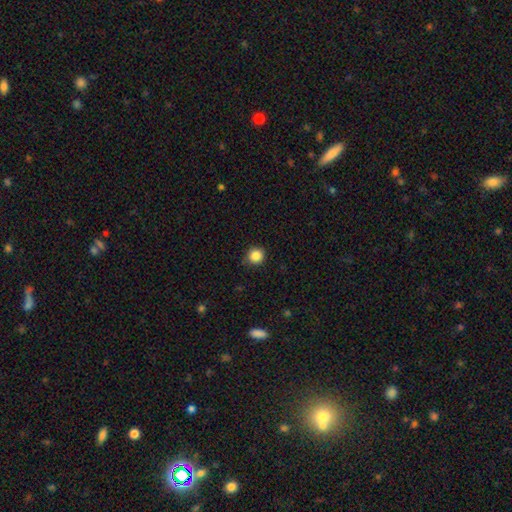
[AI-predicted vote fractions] Overall: smooth (86%). How rounded: round (92%). Merging: none (87%).